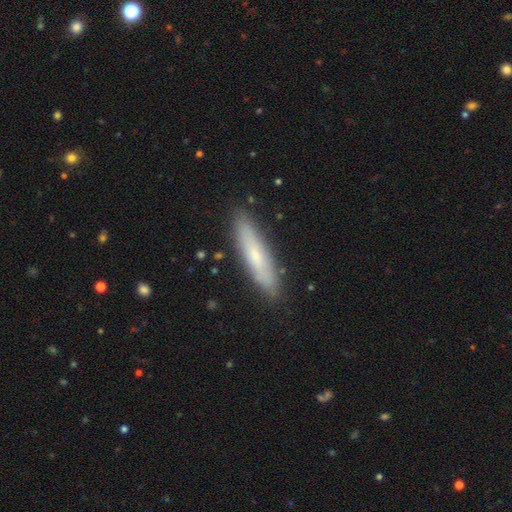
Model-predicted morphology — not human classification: Smooth or featured? Predicted: smooth (p=0.59). How rounded? Predicted: cigar-shaped (p=0.81). Merging? Predicted: none (p=0.86).